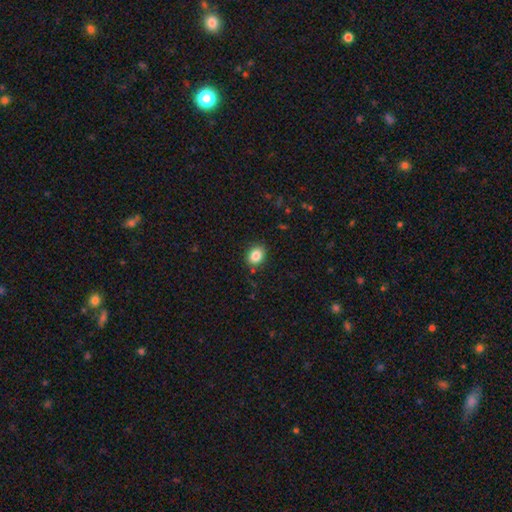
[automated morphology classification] Smooth or featured? smooth (85%)
How rounded? in between (50%)
Merging? none (86%)